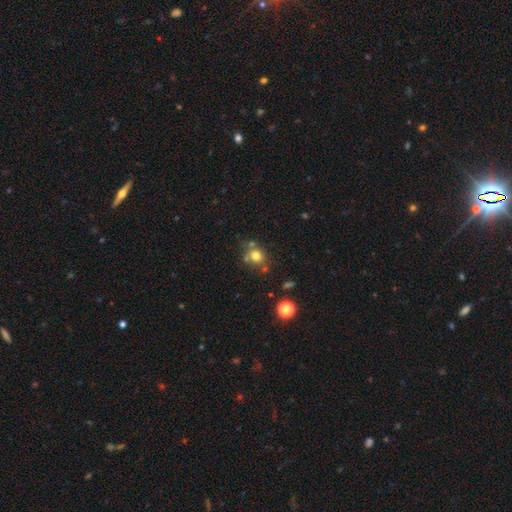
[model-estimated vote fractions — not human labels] Smooth or featured? Predicted: smooth (p=0.74). How rounded? Predicted: round (p=0.79). Merging? Predicted: none (p=0.62).